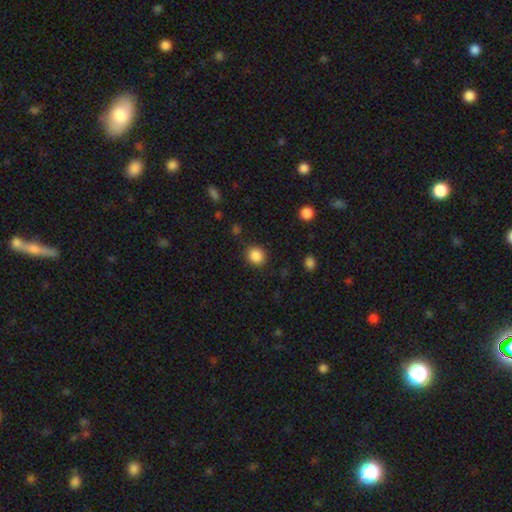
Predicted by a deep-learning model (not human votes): smooth_or_featured: smooth (p=0.87) [alt: star or artifact p=0.10]
how_rounded: round (p=0.85) [alt: in between p=0.15]
merging: none (p=0.88) [alt: minor disturbance p=0.08]